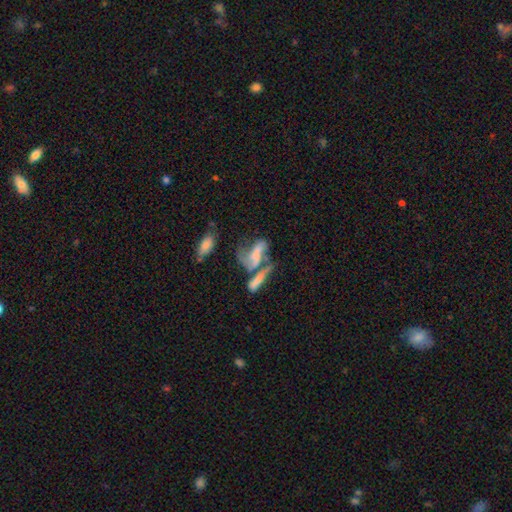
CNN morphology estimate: Overall: featured or disk (62%; smooth 25%). Edge-on disk: no (85%). Bar: no (52%; weak 31%). Spiral arms: yes (79%). Bulge size: small (37%; none 29%). Merging: merger (47%; none 26%).